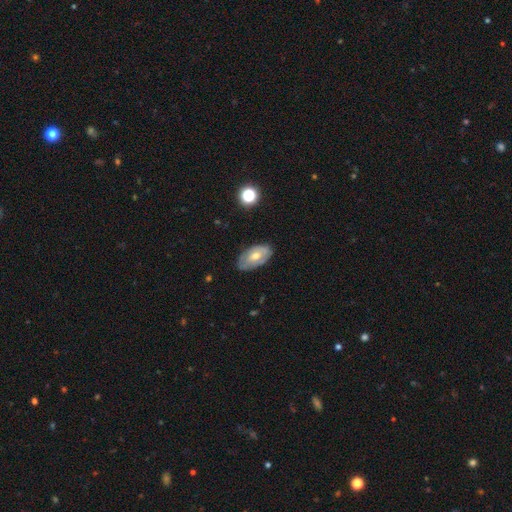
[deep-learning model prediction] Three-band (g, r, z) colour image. It shows a featured or disk galaxy (51%). Merging: none (78%).